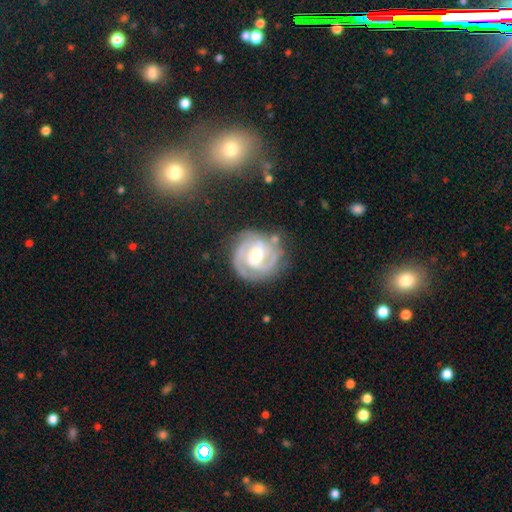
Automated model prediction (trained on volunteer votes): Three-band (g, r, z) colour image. It shows a featured or disk galaxy (86%) with a weak bar (49%), 2 (54%) tight (58%) spiral arms (95%) and a moderate central bulge (71%). Merging: none (75%).